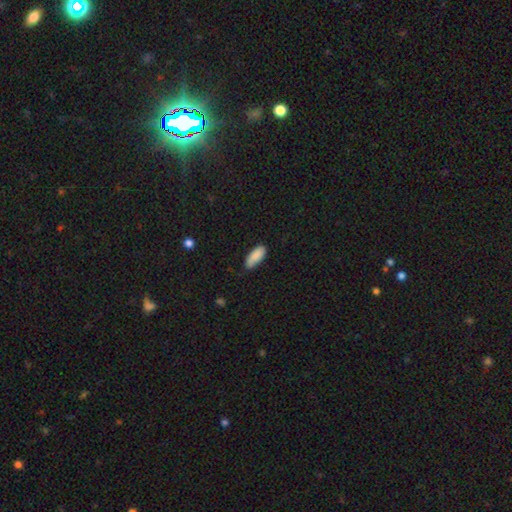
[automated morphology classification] type=smooth (89%); roundness=in between (80%); merging=none (71%).